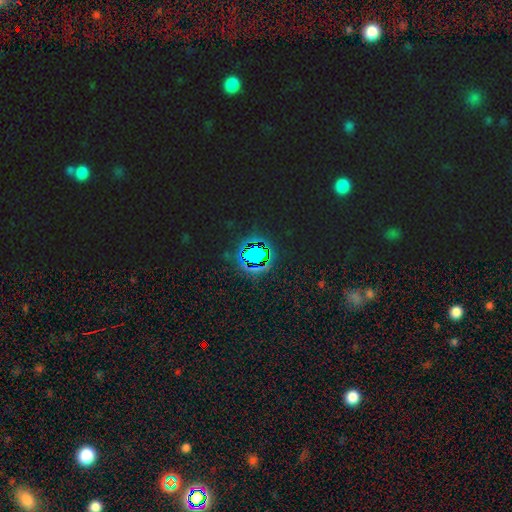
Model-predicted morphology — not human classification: type=star or artifact (78%).